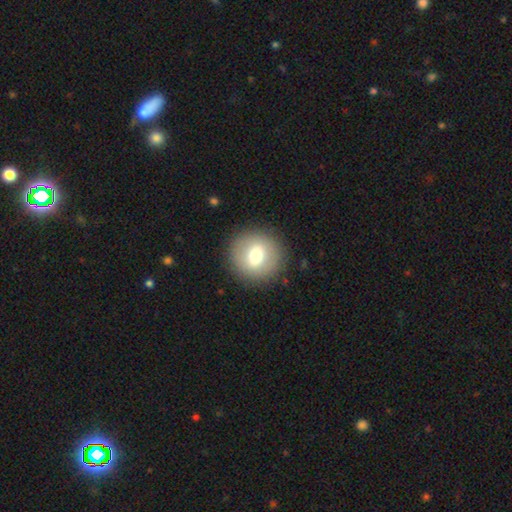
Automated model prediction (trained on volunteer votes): smooth_or_featured: smooth (p=0.66) [alt: featured or disk p=0.25]
how_rounded: round (p=0.93) [alt: in between p=0.06]
merging: none (p=0.89) [alt: minor disturbance p=0.07]